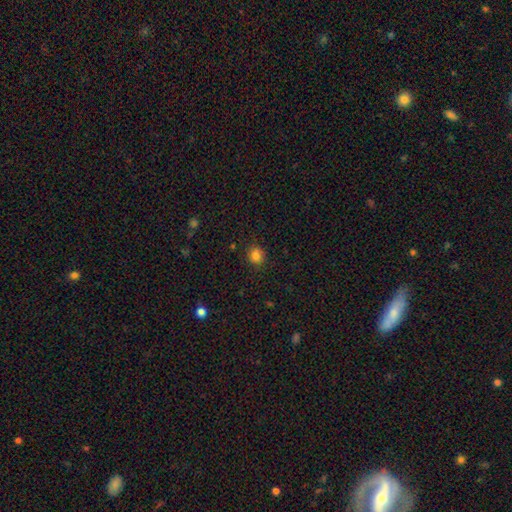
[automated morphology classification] This is clearly a smooth galaxy (82%). How rounded: clearly round (82%). Merging: clearly none (88%).